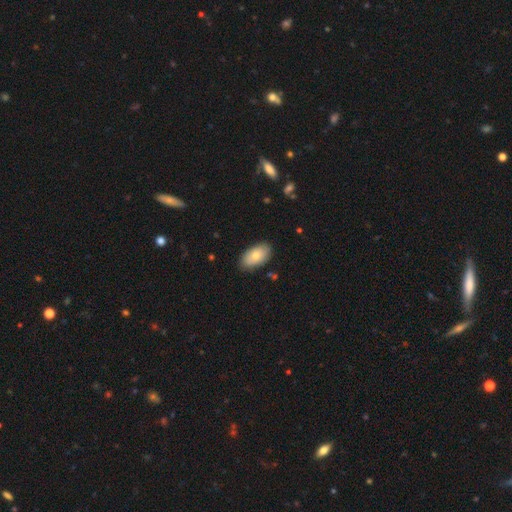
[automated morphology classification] Q: Smooth or featured?
A: smooth (77%); runner-up: featured or disk (17%)
Q: How rounded?
A: in between (94%); runner-up: round (4%)
Q: Merging?
A: none (83%); runner-up: minor disturbance (13%)